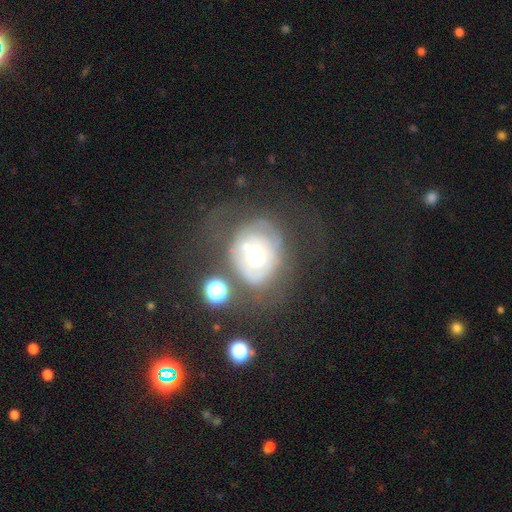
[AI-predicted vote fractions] A featured or disk galaxy (62%) with no bar (81%), no spiral arms (55%) and a moderate central bulge (67%). Merging: none (46%).